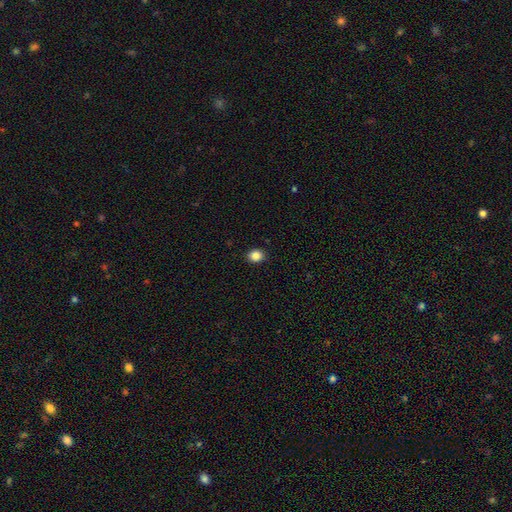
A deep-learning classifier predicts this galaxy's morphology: A smooth galaxy with no disk features (86%) that is round (57%). Merging: none (90%).